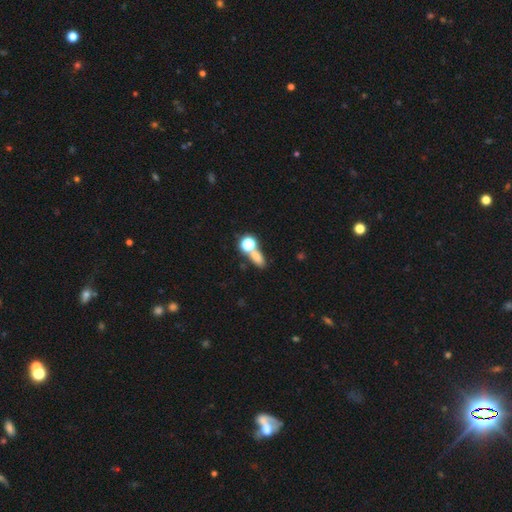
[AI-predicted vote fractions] Q: Smooth or featured?
A: smooth (67%); runner-up: star or artifact (22%)
Q: How rounded?
A: in between (61%); runner-up: round (30%)
Q: Merging?
A: none (47%); runner-up: merger (36%)